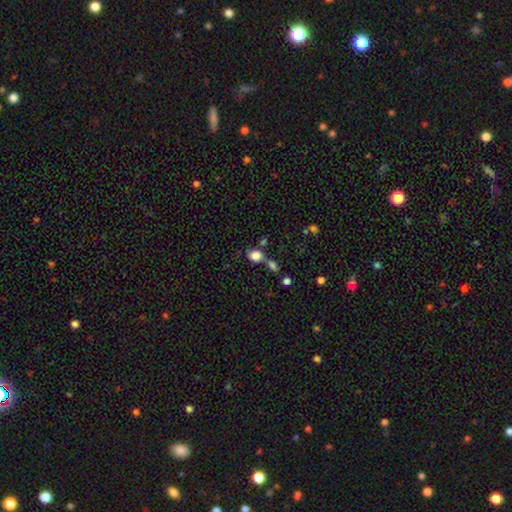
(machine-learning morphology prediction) A smooth galaxy with no disk features (82%) that is round (58%).

Vote fractions:
- Smooth or featured? smooth: 82% / star or artifact: 11% / featured or disk: 7%
- How rounded? round: 58% / in between: 40% / cigar-shaped: 2%
- Merging? none: 43% / merger: 37% / minor disturbance: 13% / major disturbance: 7%